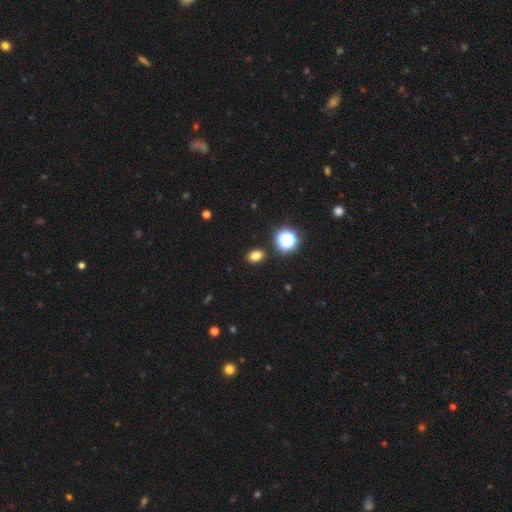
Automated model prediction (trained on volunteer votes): Q: Smooth or featured?
A: smooth (77%); runner-up: star or artifact (17%)
Q: How rounded?
A: in between (71%); runner-up: round (28%)
Q: Merging?
A: none (88%); runner-up: minor disturbance (8%)